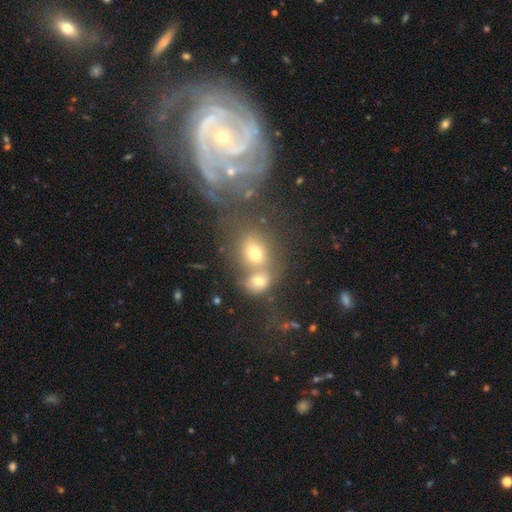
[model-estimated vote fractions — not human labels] This is possibly a featured or disk galaxy (56%). It is clearly not viewed edge-on (96%). Bar: possibly no (57%). Spiral arm pattern: clearly yes (87%). Central bulge: possibly small (57%). Merging: marginally merger (40%).